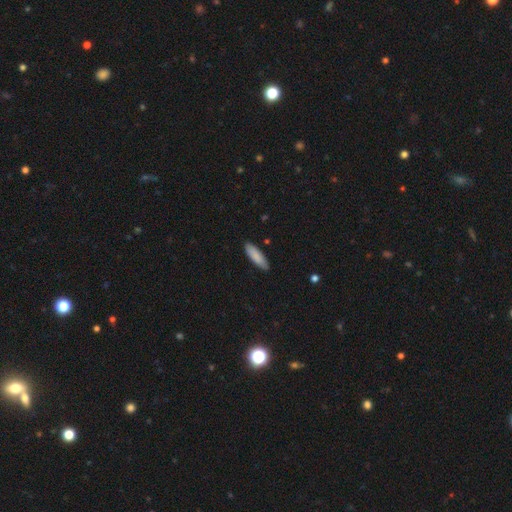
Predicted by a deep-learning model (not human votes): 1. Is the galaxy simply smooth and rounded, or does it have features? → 86% smooth, 9% featured or disk, 5% star or artifact.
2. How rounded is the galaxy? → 53% cigar-shaped, 46% in between, 1% round.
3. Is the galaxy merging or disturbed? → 86% none, 11% minor disturbance, 2% major disturbance, 1% merger.